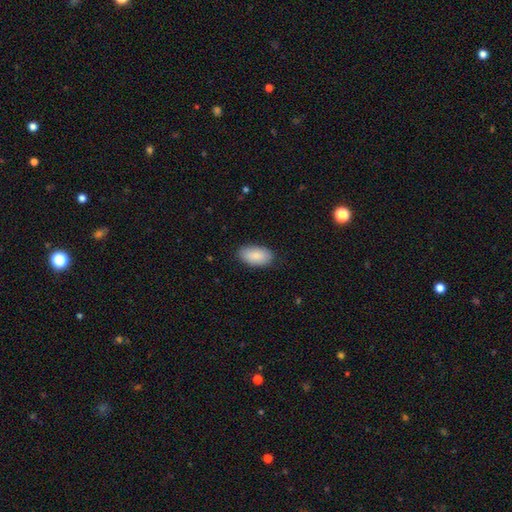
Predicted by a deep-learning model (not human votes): Smooth or featured? Predicted: smooth (p=0.87). How rounded? Predicted: in between (p=0.95). Merging? Predicted: none (p=0.85).